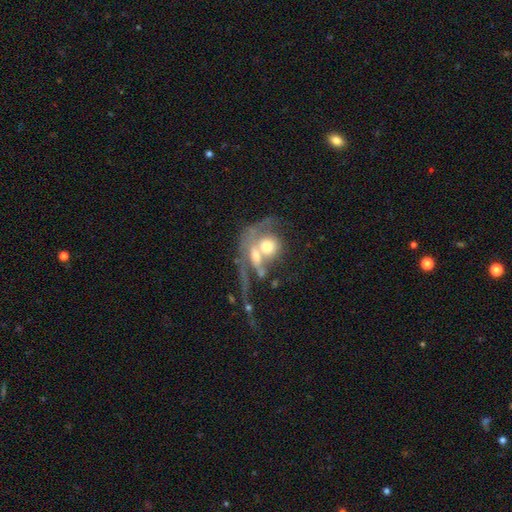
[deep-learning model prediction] Smooth or featured? Predicted: featured or disk (p=0.47). Merging? Predicted: merger (p=0.60).